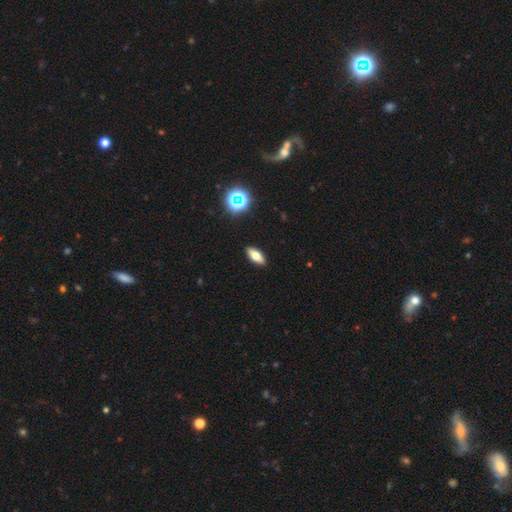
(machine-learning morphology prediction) smooth-or-featured: smooth: 61% | featured or disk: 28% | star or artifact: 11%
  how-rounded: in between: 71% | cigar-shaped: 24% | round: 4%
  merging: none: 90% | minor disturbance: 7% | major disturbance: 2% | merger: 1%